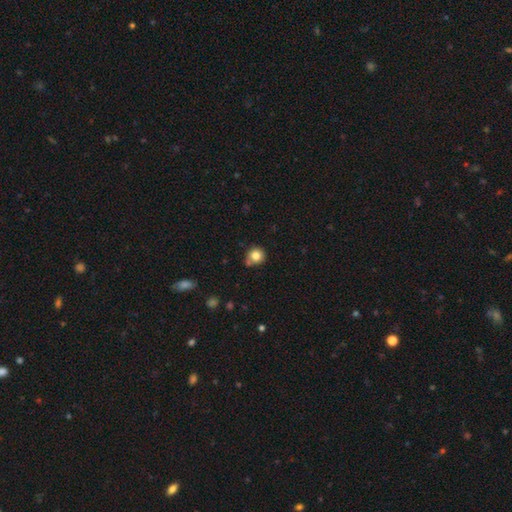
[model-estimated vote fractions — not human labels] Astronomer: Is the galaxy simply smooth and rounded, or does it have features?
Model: smooth — 81%.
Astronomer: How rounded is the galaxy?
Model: round — 89%.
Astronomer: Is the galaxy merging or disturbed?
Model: none — 68%.